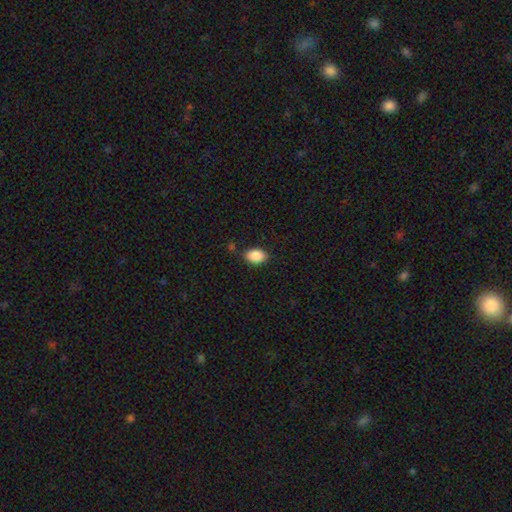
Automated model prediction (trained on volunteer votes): Smooth or featured: smooth — 88% (star or artifact — 8%)
How rounded: in between — 87% (round — 12%)
Merging: none — 83% (minor disturbance — 12%)